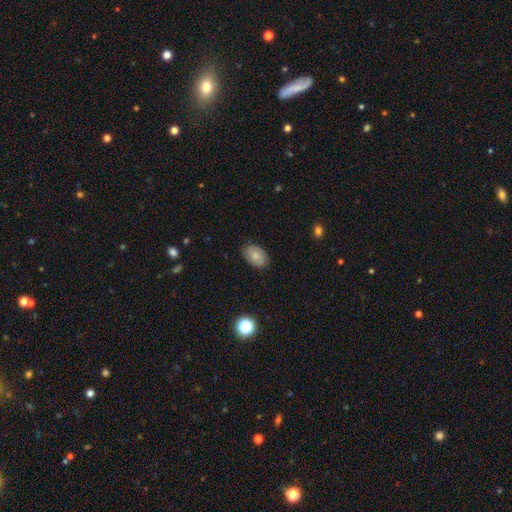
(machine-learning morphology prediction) type=smooth (72%); roundness=in between (85%); merging=none (83%).